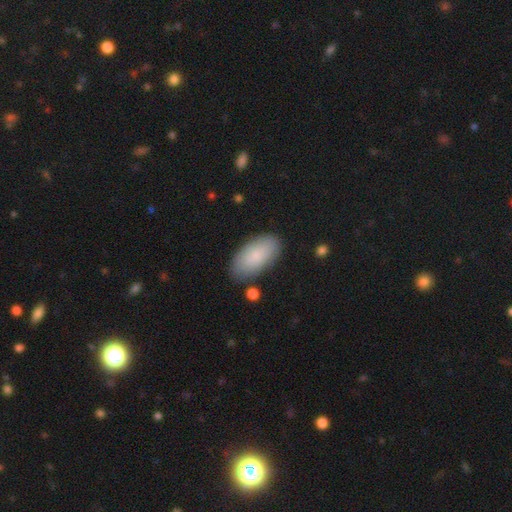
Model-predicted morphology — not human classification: smooth-or-featured: smooth: 81% | featured or disk: 13% | star or artifact: 6%
  how-rounded: in between: 95% | cigar-shaped: 3% | round: 2%
  merging: none: 82% | minor disturbance: 12% | major disturbance: 3% | merger: 2%